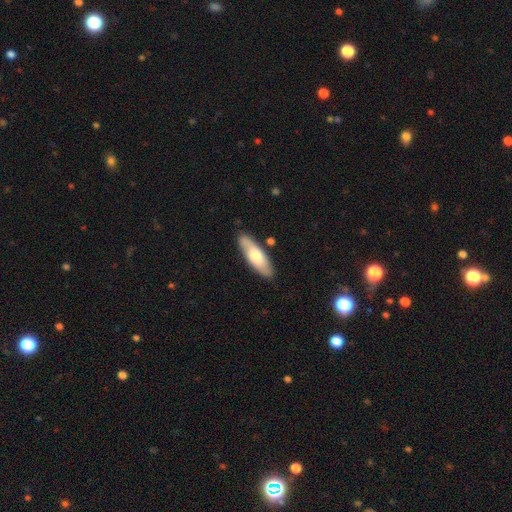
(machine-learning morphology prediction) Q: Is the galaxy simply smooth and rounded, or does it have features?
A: smooth — 63%.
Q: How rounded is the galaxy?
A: in between — 53%.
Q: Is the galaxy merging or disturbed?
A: none — 84%.